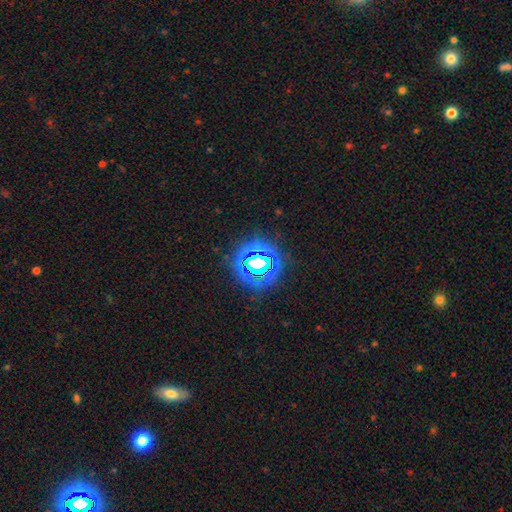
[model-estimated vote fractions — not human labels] This is likely a star or artifact rather than a galaxy (70%).